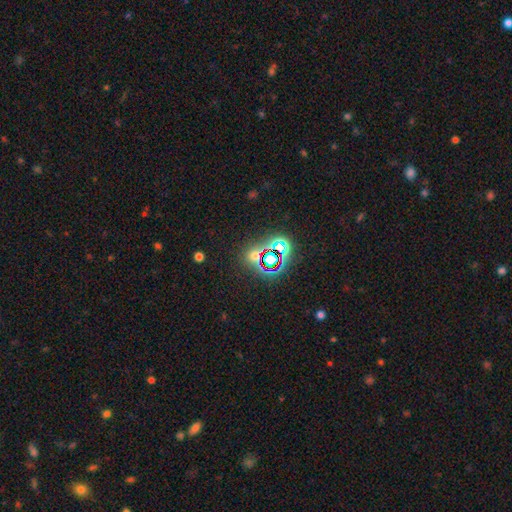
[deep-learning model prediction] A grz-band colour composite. It shows a star or artifact, not a galaxy (60%).